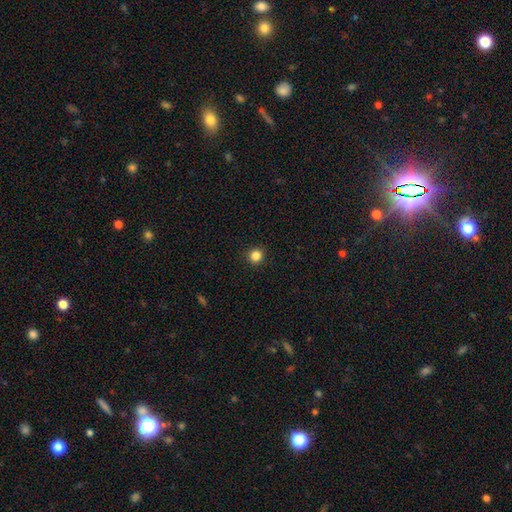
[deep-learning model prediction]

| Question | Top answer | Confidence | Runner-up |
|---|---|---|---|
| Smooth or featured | smooth | 85% | star or artifact (12%) |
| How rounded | round | 94% | in between (6%) |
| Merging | none | 93% | minor disturbance (5%) |